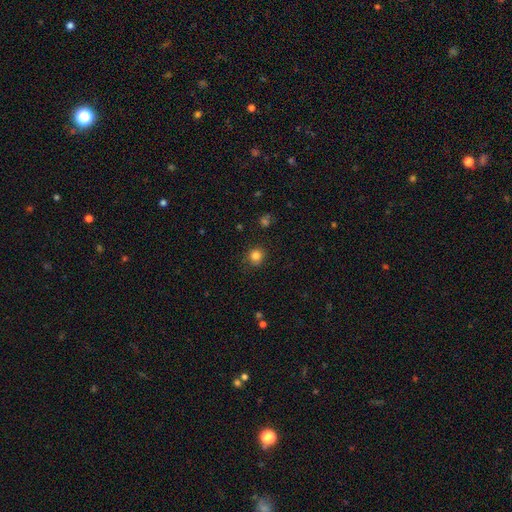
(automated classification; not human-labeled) Q: Smooth or featured?
A: smooth (83%); runner-up: star or artifact (12%)
Q: How rounded?
A: round (88%); runner-up: in between (11%)
Q: Merging?
A: none (84%); runner-up: minor disturbance (11%)